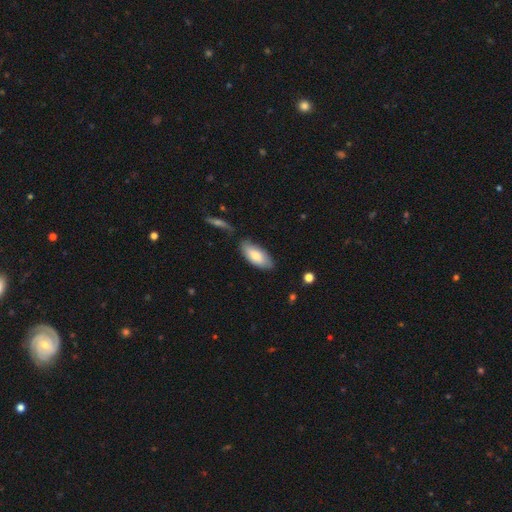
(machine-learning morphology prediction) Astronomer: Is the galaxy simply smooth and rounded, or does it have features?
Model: smooth — 79%.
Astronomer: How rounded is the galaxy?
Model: in between — 88%.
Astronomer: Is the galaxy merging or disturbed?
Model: none — 70%.